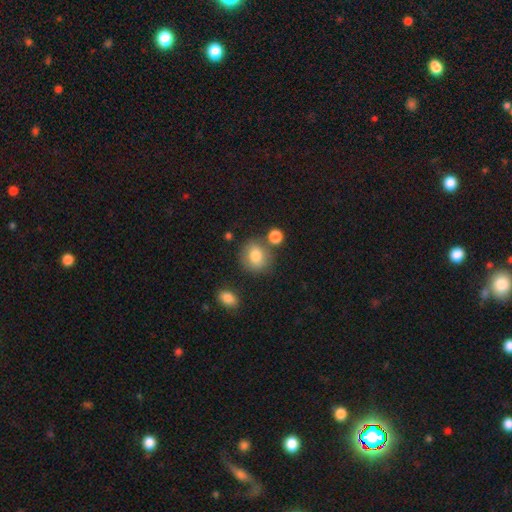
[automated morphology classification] A smooth galaxy with no disk features (79%) that is round (74%). Merging: none (72%).